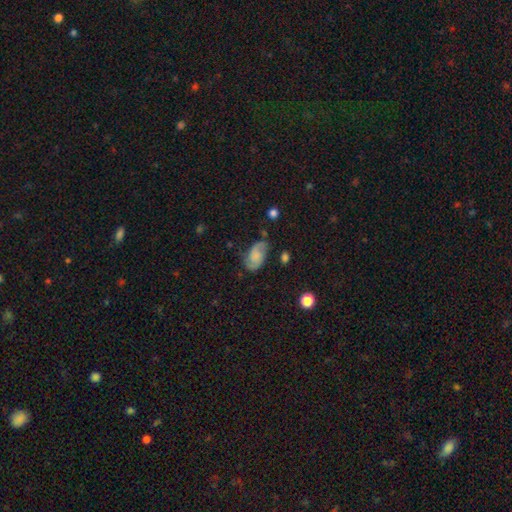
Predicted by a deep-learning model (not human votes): A featured or disk galaxy (58%) with no bar (64%), 2 (87%) medium (45%) spiral arms (91%) and no central bulge (48%).

Vote fractions:
- Smooth or featured? featured or disk: 58% / smooth: 33% / star or artifact: 9%
- Edge-on disk? no: 97% / yes: 3%
- Bar? no: 64% / weak: 30% / strong: 6%
- Spiral arms? yes: 91% / no: 9%
- Spiral winding? medium: 45% / loose: 30% / tight: 25%
- Spiral arm count? 2: 87% / can't tell: 7% / 1: 3% / 3: 1% / 4: 1% / more than 4: 1%
- Bulge size? none: 48% / small: 22% / moderate: 16% / large: 11% / dominant: 3%
- Merging? none: 67% / minor disturbance: 22% / major disturbance: 8% / merger: 3%